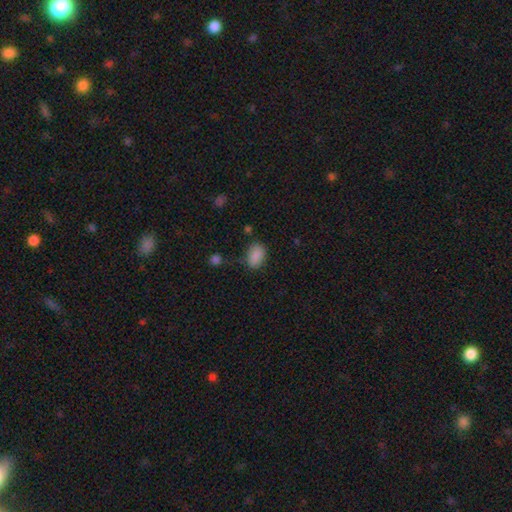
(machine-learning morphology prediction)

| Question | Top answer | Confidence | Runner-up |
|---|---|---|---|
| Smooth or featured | smooth | 86% | star or artifact (9%) |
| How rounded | in between | 84% | round (15%) |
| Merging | none | 70% | minor disturbance (21%) |